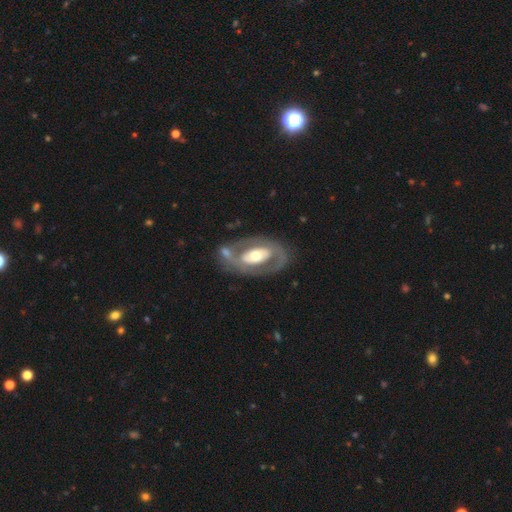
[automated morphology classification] A featured or disk galaxy (72%) with no bar (57%), no spiral arms (55%) and a moderate central bulge (64%).

Vote fractions:
- Smooth or featured? featured or disk: 72% / smooth: 24% / star or artifact: 4%
- Edge-on disk? no: 93% / yes: 7%
- Bar? no: 57% / weak: 22% / strong: 20%
- Spiral arms? no: 55% / yes: 45%
- Bulge size? moderate: 64% / large: 21% / small: 12% / dominant: 2% / none: 1%
- Merging? none: 66% / minor disturbance: 16% / major disturbance: 11% / merger: 7%